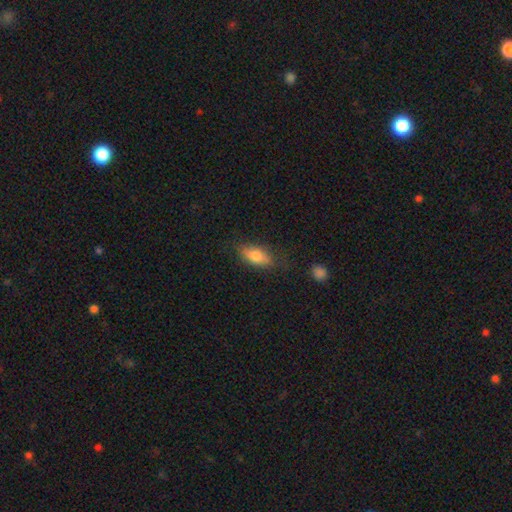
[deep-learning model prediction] smooth 76%, featured or disk 16%, star or artifact 7%. Down the decision tree: how rounded — in between (82%); merging — none (76%).